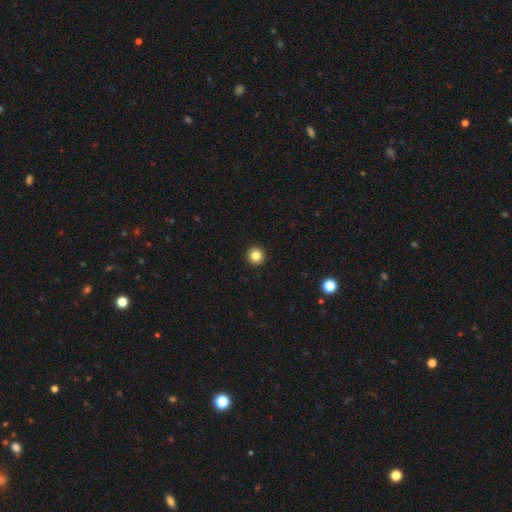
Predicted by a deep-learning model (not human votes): Overall: smooth (84%). How rounded: round (96%). Merging: none (94%).